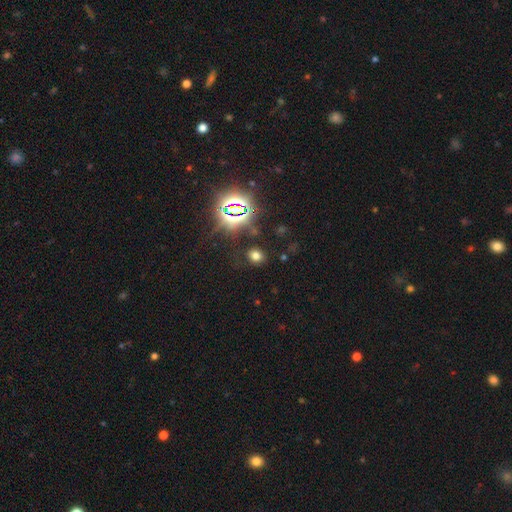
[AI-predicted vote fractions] smooth_or_featured: smooth (p=0.63) [alt: star or artifact p=0.29]
how_rounded: round (p=0.61) [alt: in between p=0.37]
merging: none (p=0.83) [alt: minor disturbance p=0.10]